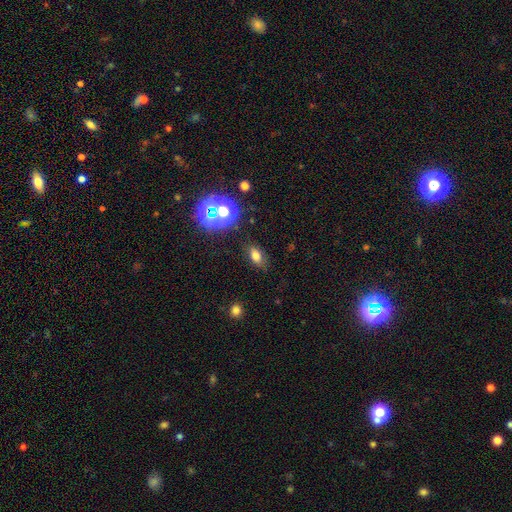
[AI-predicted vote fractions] A smooth galaxy with no disk features (70%) that is in between round and cigar-shaped (84%). Merging: none (83%).